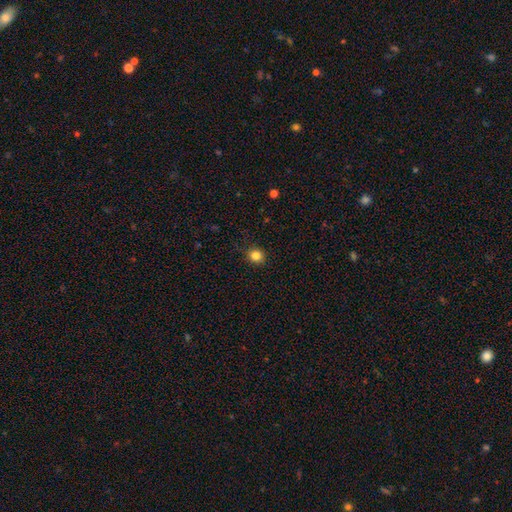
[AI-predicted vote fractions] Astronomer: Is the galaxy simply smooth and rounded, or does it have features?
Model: smooth — 83%.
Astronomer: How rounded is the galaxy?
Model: round — 87%.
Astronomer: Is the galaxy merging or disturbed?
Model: none — 90%.